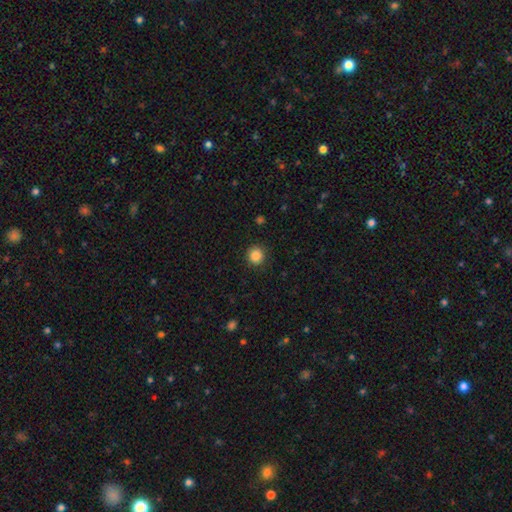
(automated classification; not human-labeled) A smooth galaxy with no disk features (86%) that is round (93%). Merging: none (90%).